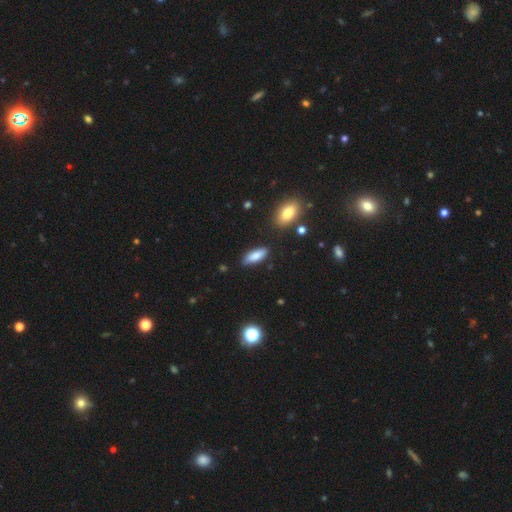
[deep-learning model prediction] This appears to be a smooth galaxy with no disk features (81%) that is in between round and cigar-shaped (69%). Merging: none (81%).